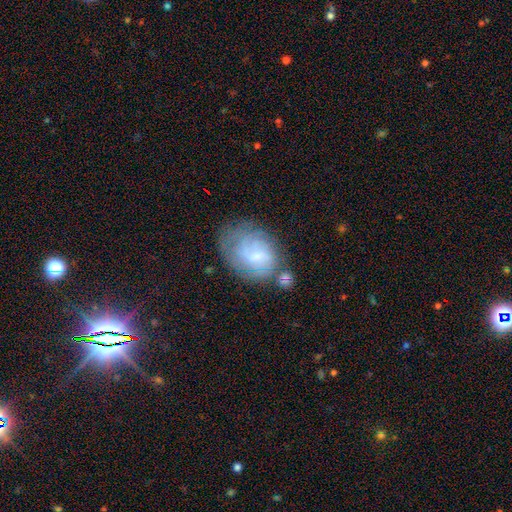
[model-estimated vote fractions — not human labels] Smooth or featured: featured or disk — 56% (smooth — 35%)
Edge-on disk: no — 97% (yes — 3%)
Bar: no — 47% (weak — 45%)
Spiral arms: yes — 76% (no — 24%)
Bulge size: small — 56% (moderate — 21%)
Merging: none — 46% (minor disturbance — 26%)